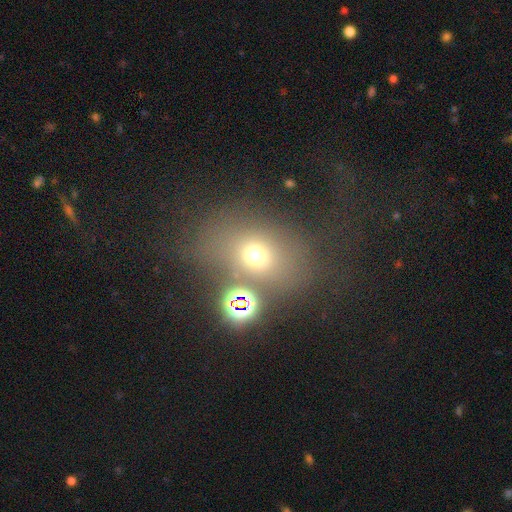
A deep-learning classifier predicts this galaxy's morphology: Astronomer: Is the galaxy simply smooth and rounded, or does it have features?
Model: smooth — 63%.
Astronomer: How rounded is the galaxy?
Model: in between — 55% (runner-up: round, 43%).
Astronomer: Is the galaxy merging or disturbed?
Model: none — 57%.